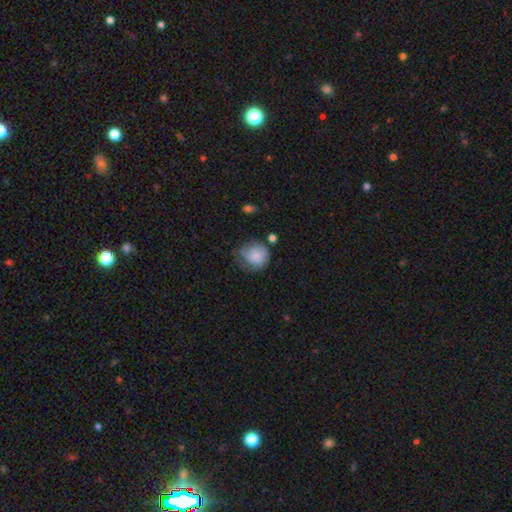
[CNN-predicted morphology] Overall: smooth (78%). How rounded: round (84%). Merging: none (47%; minor disturbance 34%).